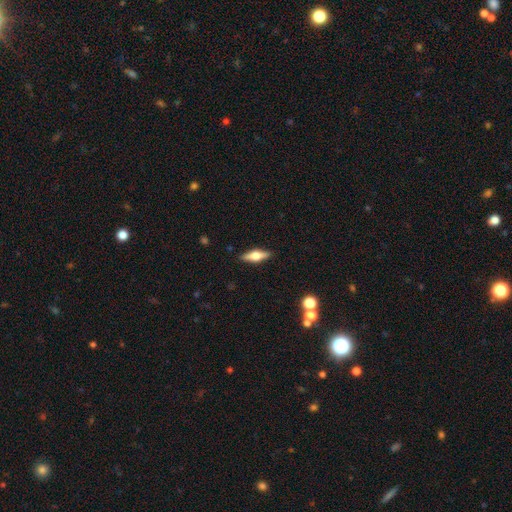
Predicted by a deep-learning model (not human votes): smooth-or-featured: featured or disk: 50% | smooth: 43% | star or artifact: 7%
  disk-edge-on: yes: 94% | no: 6%
  merging: none: 89% | minor disturbance: 8% | major disturbance: 2% | merger: 1%